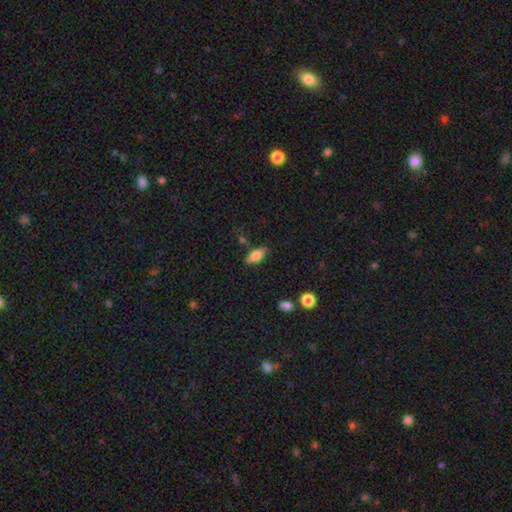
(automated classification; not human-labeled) A smooth galaxy with no disk features (78%) that is in between round and cigar-shaped (85%).

Vote fractions:
- Smooth or featured? smooth: 78% / featured or disk: 15% / star or artifact: 8%
- How rounded? in between: 85% / cigar-shaped: 12% / round: 3%
- Merging? none: 78% / minor disturbance: 15% / merger: 4% / major disturbance: 3%